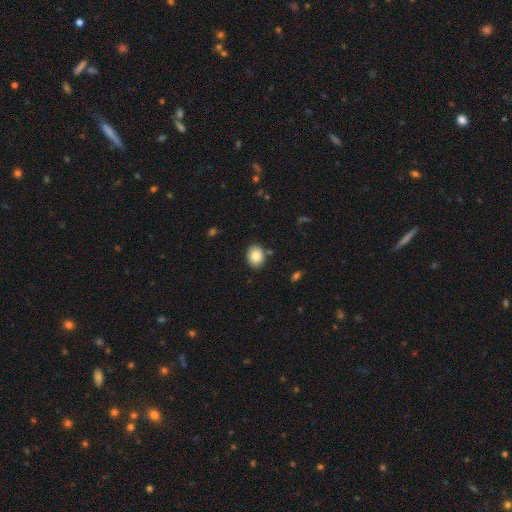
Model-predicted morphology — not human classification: A smooth galaxy with no disk features (83%) that is round (50%).

Vote fractions:
- Smooth or featured? smooth: 83% / star or artifact: 8% / featured or disk: 8%
- How rounded? round: 50% / in between: 49% / cigar-shaped: 1%
- Merging? none: 87% / minor disturbance: 8% / merger: 3% / major disturbance: 2%